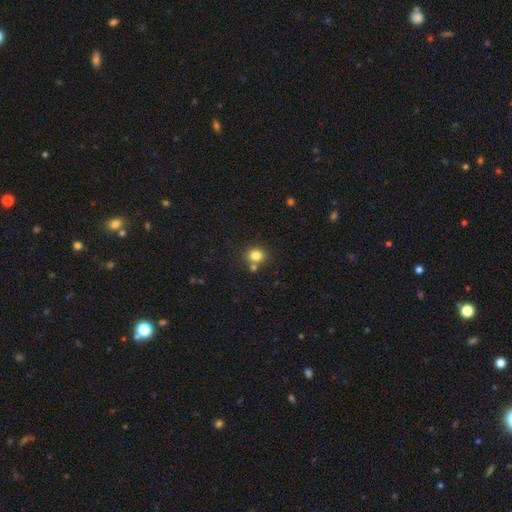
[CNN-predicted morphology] smooth 81%, star or artifact 12%, featured or disk 7%. Down the decision tree: how rounded — round (75%); merging — none (70%).